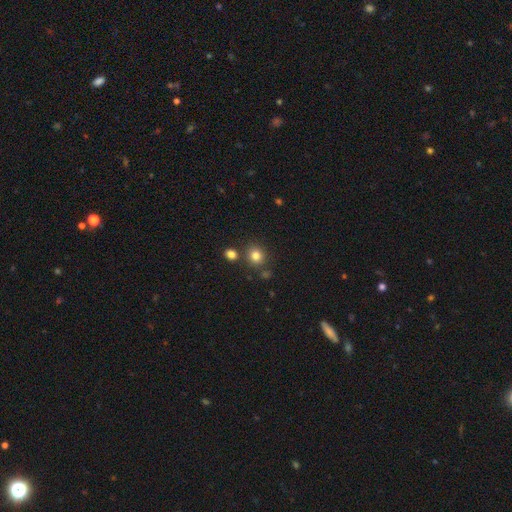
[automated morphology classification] This is clearly a smooth galaxy (81%). How rounded: clearly round (84%). Merging: likely none (78%).